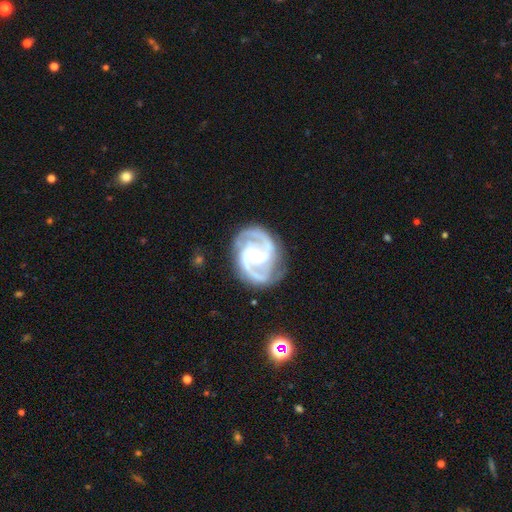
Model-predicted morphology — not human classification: A featured or disk galaxy (93%) with a weak bar (46%), 2 (82%) medium (59%) spiral arms (98%) and a small central bulge (66%). Merging: none (76%).